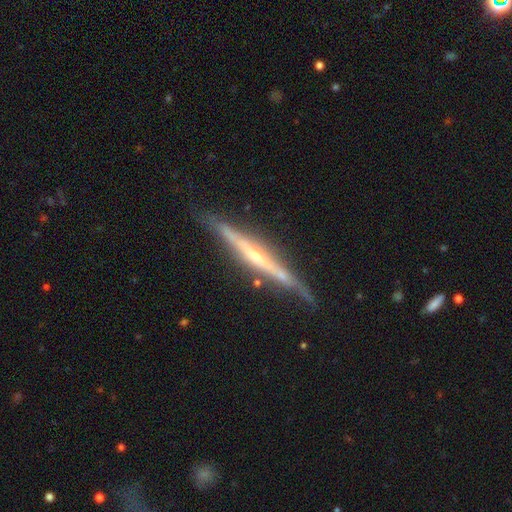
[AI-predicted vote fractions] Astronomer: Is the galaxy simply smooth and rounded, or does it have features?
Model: featured or disk — 81%.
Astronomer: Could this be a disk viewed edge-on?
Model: yes — 96%.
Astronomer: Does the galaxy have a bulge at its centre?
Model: rounded — 52% (runner-up: none, 40%).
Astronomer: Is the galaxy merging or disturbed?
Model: none — 78%.